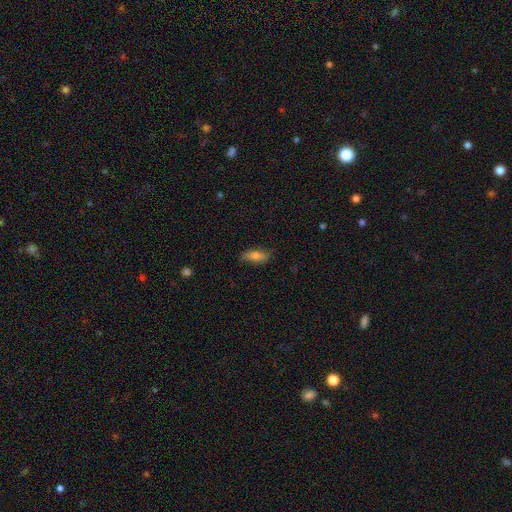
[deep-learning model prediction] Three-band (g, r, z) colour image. It shows a smooth galaxy with no disk features (71%) that is in between round and cigar-shaped (63%). Merging: none (80%).